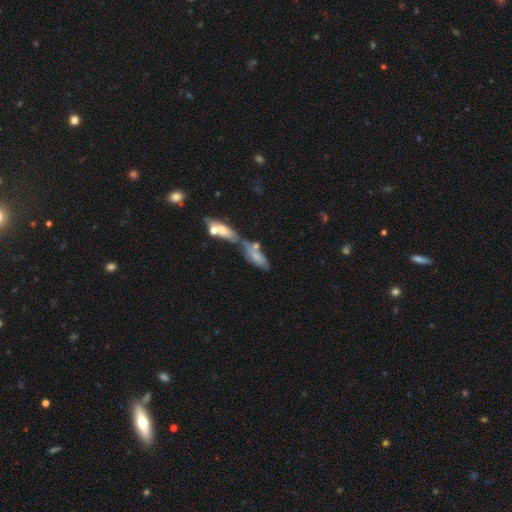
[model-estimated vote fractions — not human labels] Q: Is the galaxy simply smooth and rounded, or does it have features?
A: smooth — 61%.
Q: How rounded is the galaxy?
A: in between — 63%.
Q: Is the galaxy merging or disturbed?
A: merger — 53%.